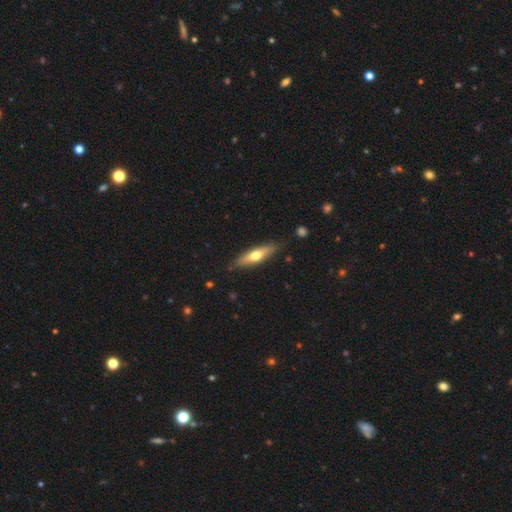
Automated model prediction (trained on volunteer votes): A featured or disk galaxy (49%).

Vote fractions:
- Smooth or featured? featured or disk: 49% / smooth: 46% / star or artifact: 5%
- Merging? none: 86% / minor disturbance: 10% / major disturbance: 2% / merger: 1%